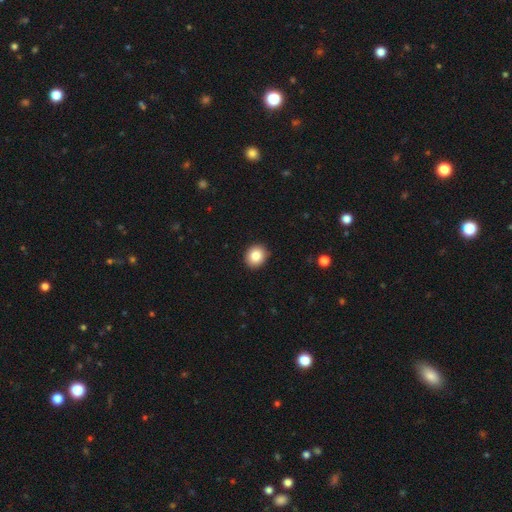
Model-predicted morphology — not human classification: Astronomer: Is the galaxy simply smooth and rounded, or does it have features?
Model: smooth — 85%.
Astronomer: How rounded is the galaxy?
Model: round — 72%.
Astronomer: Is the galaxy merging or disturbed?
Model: none — 91%.